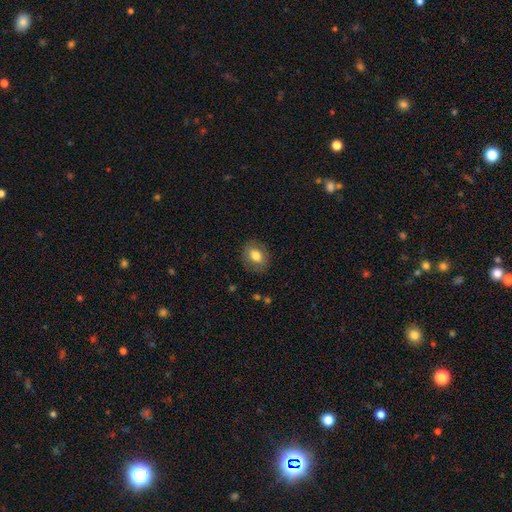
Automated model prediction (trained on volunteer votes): A smooth galaxy with no disk features (73%) that is in between round and cigar-shaped (56%).

Vote fractions:
- Smooth or featured? smooth: 73% / featured or disk: 19% / star or artifact: 8%
- How rounded? in between: 56% / round: 43% / cigar-shaped: 1%
- Merging? none: 82% / minor disturbance: 12% / major disturbance: 4% / merger: 1%